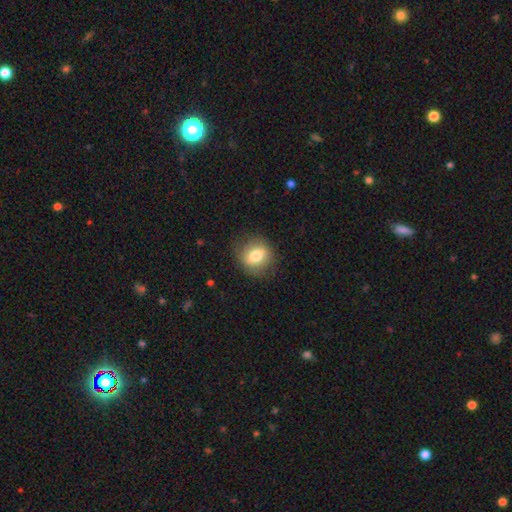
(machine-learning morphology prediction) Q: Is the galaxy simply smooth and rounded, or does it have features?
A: smooth — 70%.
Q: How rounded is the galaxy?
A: round — 72%.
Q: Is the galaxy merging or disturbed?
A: none — 83%.